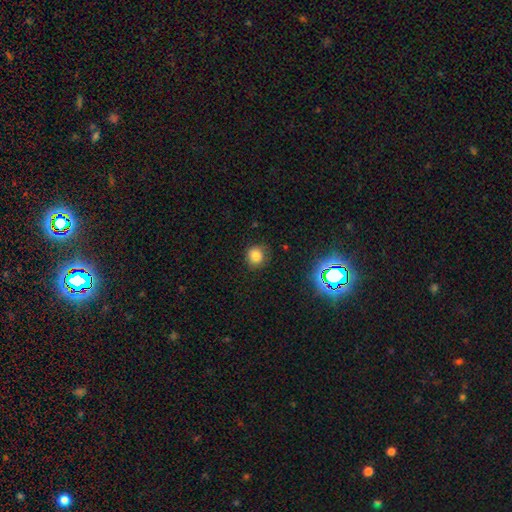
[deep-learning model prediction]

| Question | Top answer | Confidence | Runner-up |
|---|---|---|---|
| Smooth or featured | smooth | 78% | star or artifact (16%) |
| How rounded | round | 89% | in between (10%) |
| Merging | none | 84% | minor disturbance (12%) |